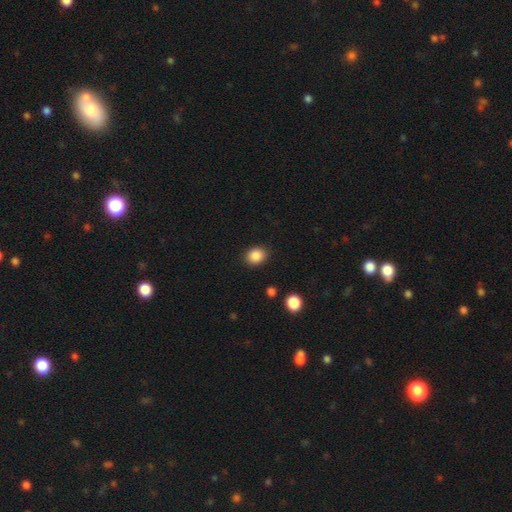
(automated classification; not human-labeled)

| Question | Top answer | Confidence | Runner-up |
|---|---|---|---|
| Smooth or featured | smooth | 87% | star or artifact (9%) |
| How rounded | round | 69% | in between (30%) |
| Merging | none | 89% | minor disturbance (8%) |